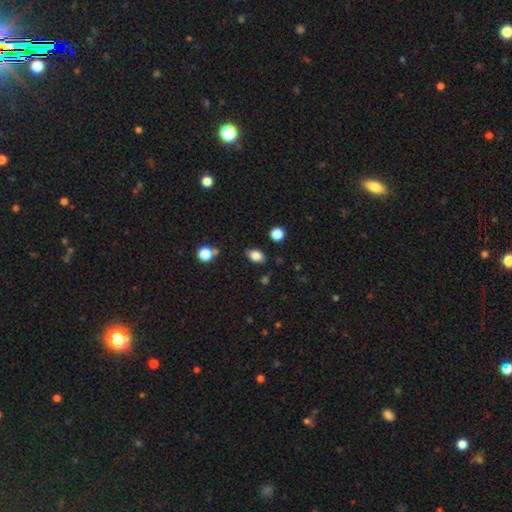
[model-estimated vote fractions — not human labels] Smooth or featured? smooth (83%)
How rounded? in between (79%)
Merging? none (81%)